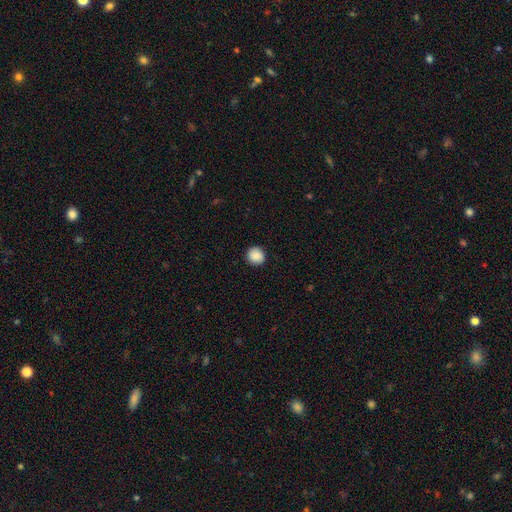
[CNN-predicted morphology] The model was most divided on "smooth or featured": smooth: 89%, star or artifact: 8%, featured or disk: 3%. More confident: how rounded — round (92%); merging — none (91%).